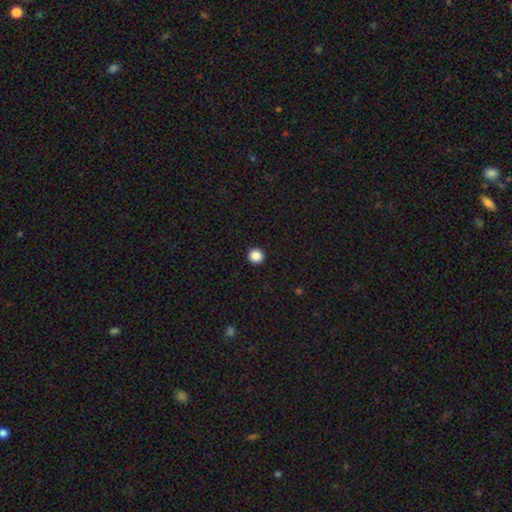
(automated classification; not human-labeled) A smooth galaxy with no disk features (88%) that is round (95%). Merging: none (94%).